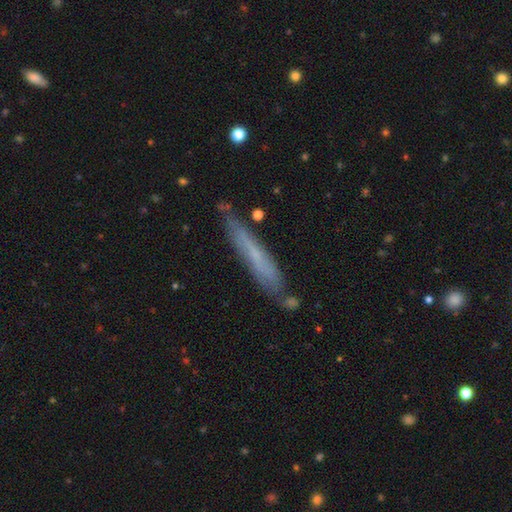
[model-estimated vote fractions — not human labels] A featured or disk galaxy (46%).

Vote fractions:
- Smooth or featured? featured or disk: 46% / smooth: 45% / star or artifact: 9%
- Merging? none: 75% / minor disturbance: 17% / merger: 4% / major disturbance: 4%